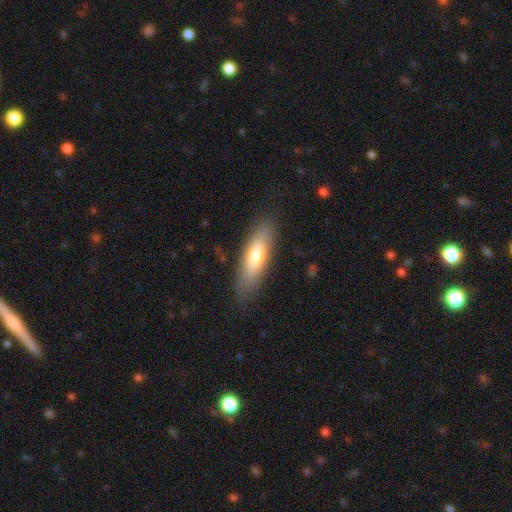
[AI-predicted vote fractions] Smooth or featured? Predicted: smooth (p=0.70). How rounded? Predicted: cigar-shaped (p=0.53). Merging? Predicted: none (p=0.84).